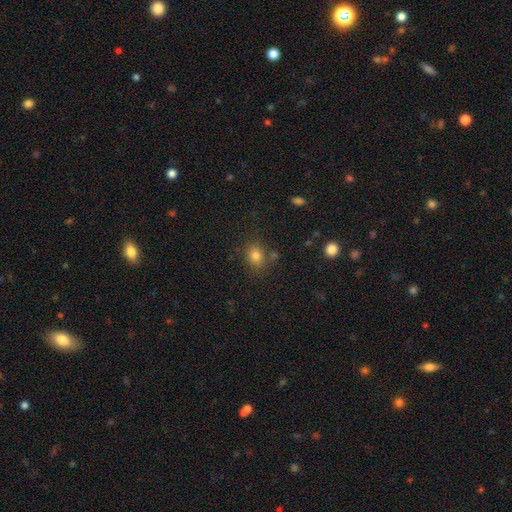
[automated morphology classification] The model was most divided on "how rounded": round: 51%, in between: 48%, cigar-shaped: 1%. More confident: smooth or featured — smooth (79%); merging — none (76%).